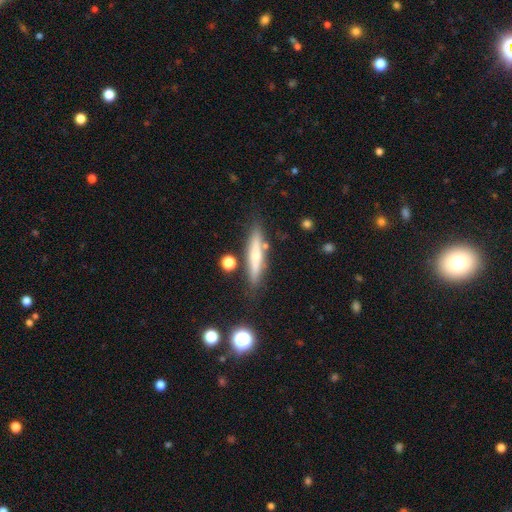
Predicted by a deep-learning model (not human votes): Smooth or featured? Predicted: featured or disk (p=0.49). Merging? Predicted: none (p=0.80).